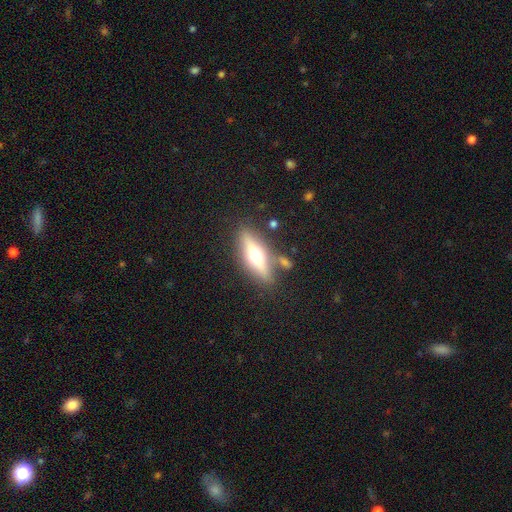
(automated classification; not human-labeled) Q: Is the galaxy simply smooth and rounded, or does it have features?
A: featured or disk — 57%.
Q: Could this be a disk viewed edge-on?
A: yes — 87%.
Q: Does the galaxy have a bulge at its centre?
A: rounded — 95%.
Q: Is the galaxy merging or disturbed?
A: none — 79%.